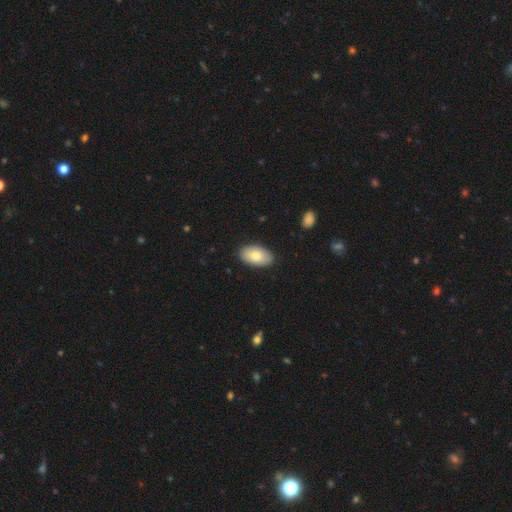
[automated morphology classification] Smooth or featured? smooth (79%)
How rounded? in between (95%)
Merging? none (88%)